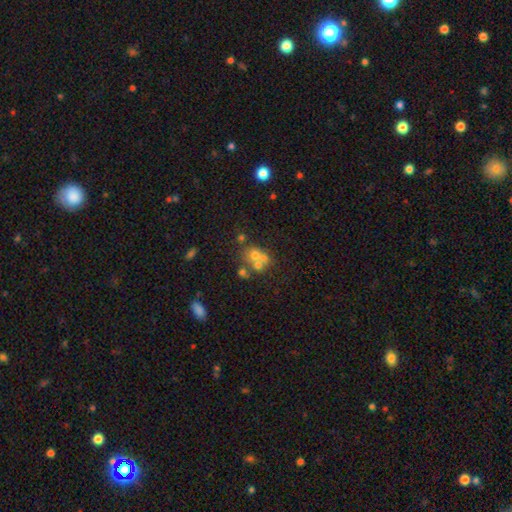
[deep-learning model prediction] Smooth or featured: smooth — 50% (featured or disk — 30%)
Merging: merger — 50% (none — 36%)